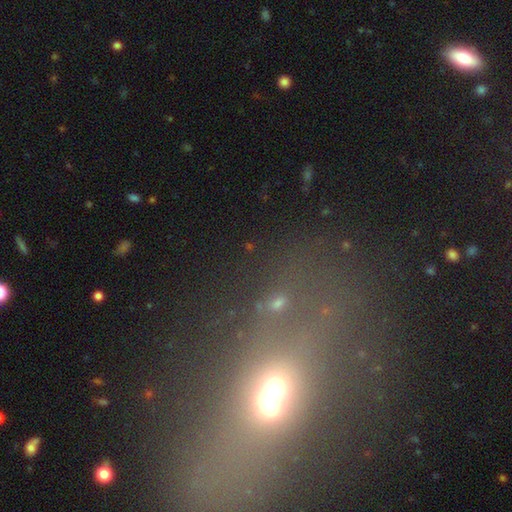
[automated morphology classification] This is possibly a star or artifact rather than a galaxy (48%).